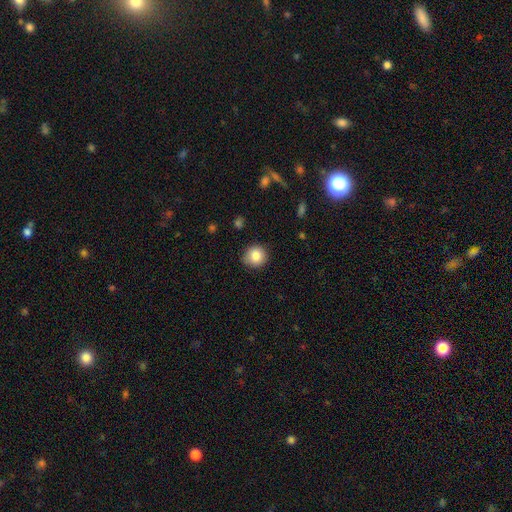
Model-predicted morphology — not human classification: smooth_or_featured: smooth (p=0.85) [alt: star or artifact p=0.09]
how_rounded: round (p=0.89) [alt: in between p=0.10]
merging: none (p=0.83) [alt: minor disturbance p=0.13]